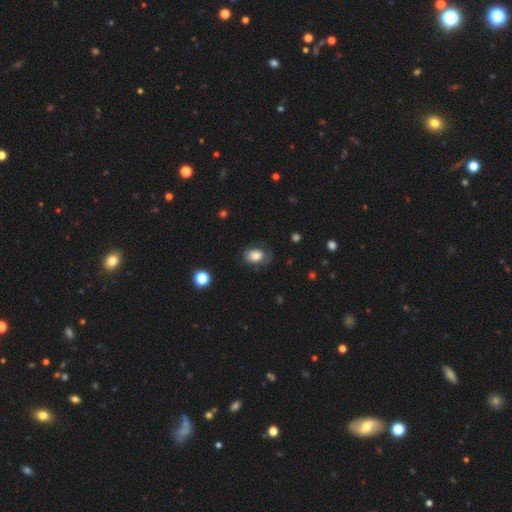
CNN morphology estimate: A smooth galaxy with no disk features (77%) that is in between round and cigar-shaped (65%).

Vote fractions:
- Smooth or featured? smooth: 77% / featured or disk: 14% / star or artifact: 9%
- How rounded? in between: 65% / round: 34% / cigar-shaped: 1%
- Merging? none: 62% / minor disturbance: 23% / major disturbance: 13% / merger: 2%